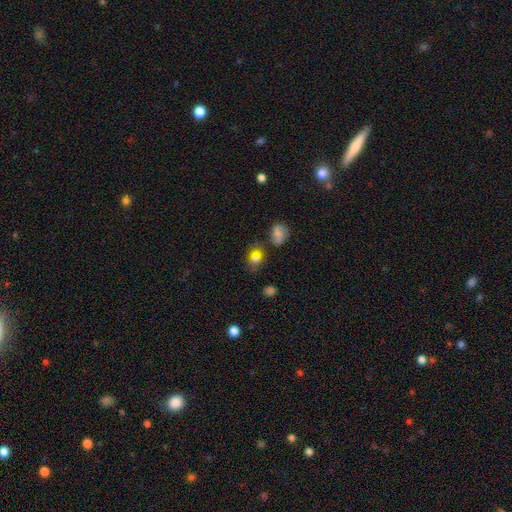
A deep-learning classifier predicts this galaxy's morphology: The model was most divided on "how rounded": in between: 65%, round: 33%, cigar-shaped: 2%. More confident: smooth or featured — smooth (73%); merging — none (67%).